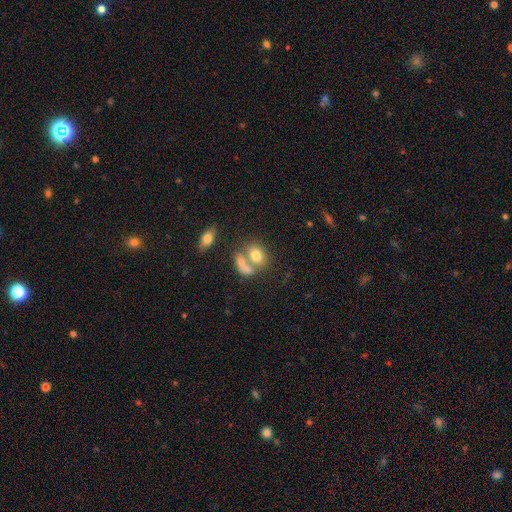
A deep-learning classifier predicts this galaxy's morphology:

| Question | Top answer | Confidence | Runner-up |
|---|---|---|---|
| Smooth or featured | smooth | 74% | featured or disk (17%) |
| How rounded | in between | 65% | round (33%) |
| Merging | merger | 52% | none (32%) |